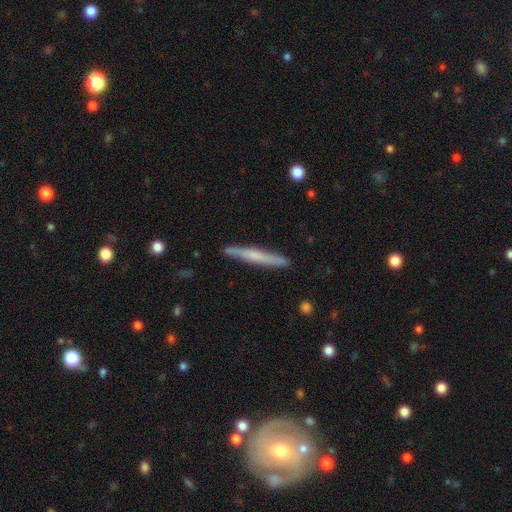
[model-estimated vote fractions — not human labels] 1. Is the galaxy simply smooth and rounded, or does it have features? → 48% smooth, 46% featured or disk, 6% star or artifact.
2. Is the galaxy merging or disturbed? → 89% none, 9% minor disturbance, 1% major disturbance, 1% merger.